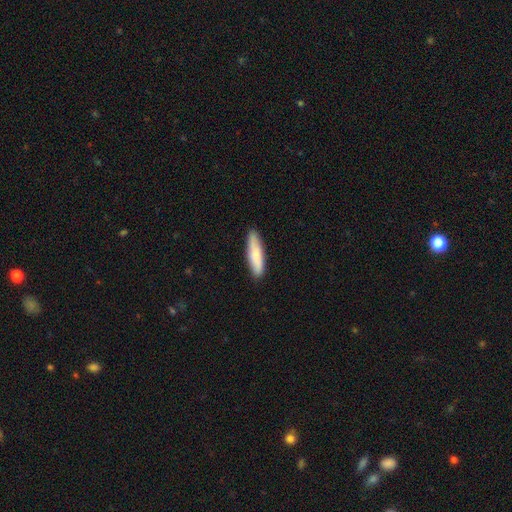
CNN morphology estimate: A smooth galaxy with no disk features (82%) that is cigar-shaped (75%).

Vote fractions:
- Smooth or featured? smooth: 82% / featured or disk: 13% / star or artifact: 5%
- How rounded? cigar-shaped: 75% / in between: 24% / round: 1%
- Merging? none: 88% / minor disturbance: 9% / major disturbance: 2% / merger: 1%